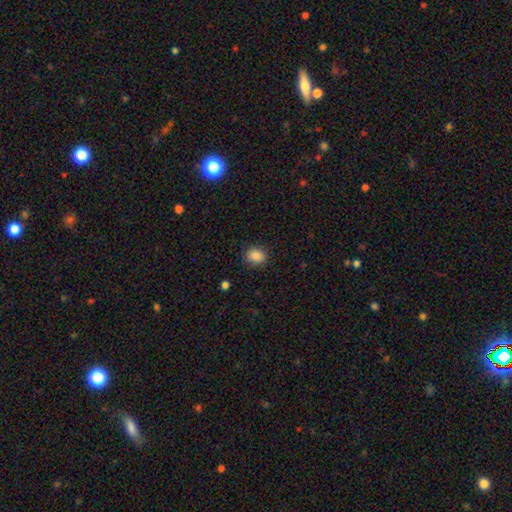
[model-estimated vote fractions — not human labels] Smooth or featured: smooth — 86% (star or artifact — 10%)
How rounded: round — 64% (in between — 35%)
Merging: none — 86% (minor disturbance — 10%)